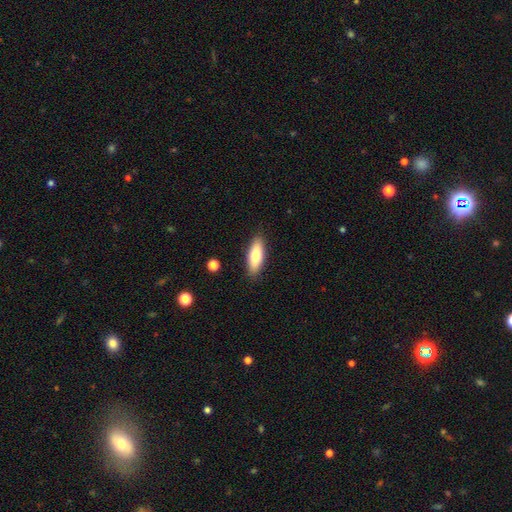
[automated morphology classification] Smooth or featured?
  - smooth: 75% *
  - featured or disk: 18%
  - star or artifact: 6%
How rounded?
  - in between: 61% *
  - cigar-shaped: 37%
  - round: 2%
Merging?
  - none: 88% *
  - minor disturbance: 9%
  - major disturbance: 2%
  - merger: 1%